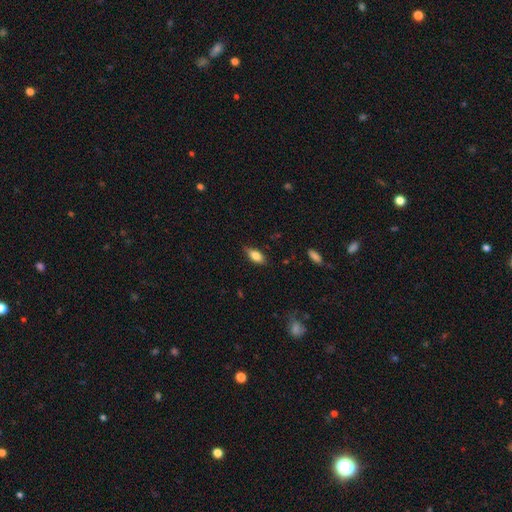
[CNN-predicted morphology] This is likely a smooth galaxy (76%). How rounded: clearly in between (83%). Merging: clearly none (81%).